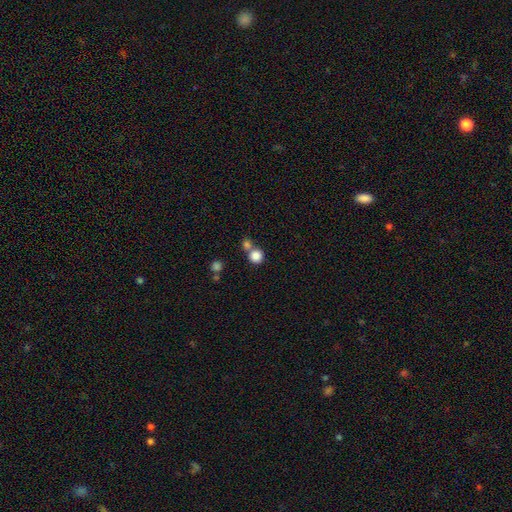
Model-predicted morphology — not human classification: Smooth or featured?
  - smooth: 84% *
  - star or artifact: 10%
  - featured or disk: 6%
How rounded?
  - round: 91% *
  - in between: 8%
  - cigar-shaped: 1%
Merging?
  - none: 56% *
  - merger: 34%
  - minor disturbance: 7%
  - major disturbance: 3%